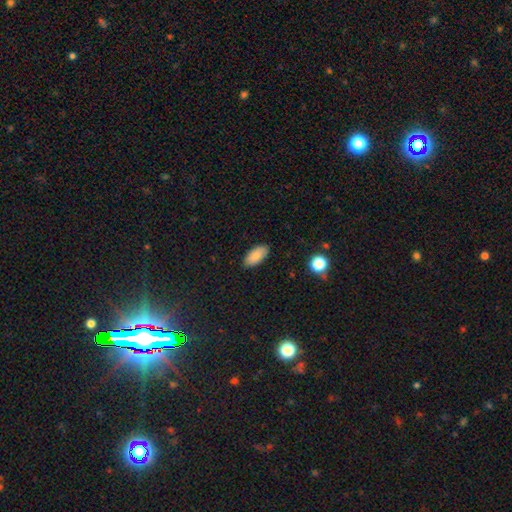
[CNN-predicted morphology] smooth_or_featured: smooth (p=0.87) [alt: star or artifact p=0.07]
how_rounded: in between (p=0.92) [alt: cigar-shaped p=0.06]
merging: none (p=0.88) [alt: minor disturbance p=0.09]